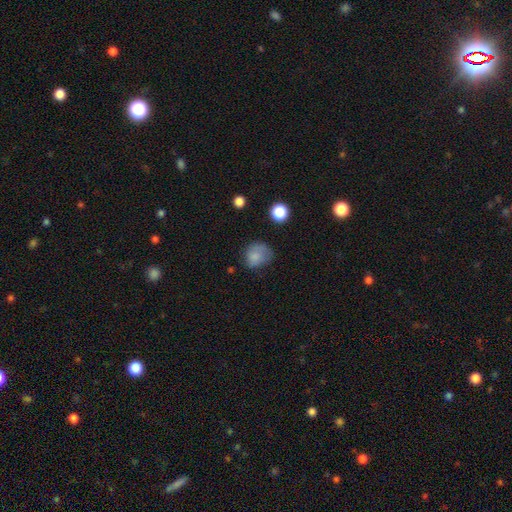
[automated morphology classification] Overall: smooth (80%). How rounded: round (64%; in between 35%). Merging: none (53%; minor disturbance 31%).